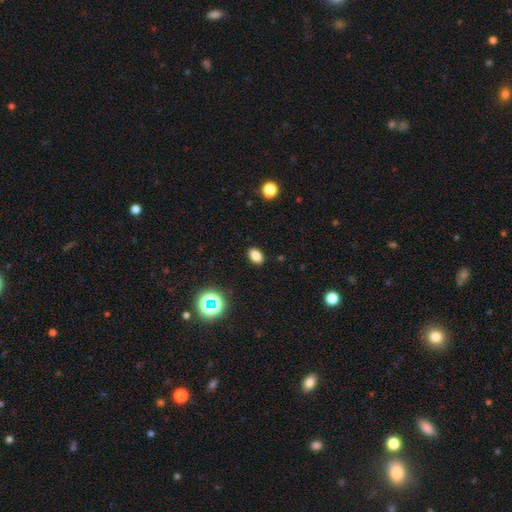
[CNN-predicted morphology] A smooth galaxy with no disk features (81%) that is in between round and cigar-shaped (81%). Merging: none (89%).